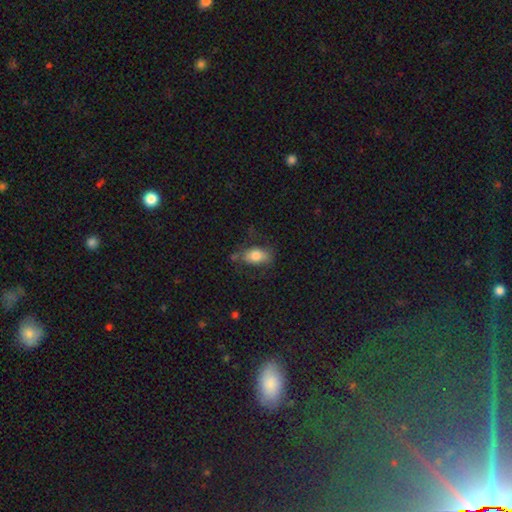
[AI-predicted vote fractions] Smooth or featured?
  - smooth: 74% *
  - featured or disk: 18%
  - star or artifact: 8%
How rounded?
  - in between: 87% *
  - round: 9%
  - cigar-shaped: 3%
Merging?
  - none: 58% *
  - minor disturbance: 24%
  - major disturbance: 14%
  - merger: 4%